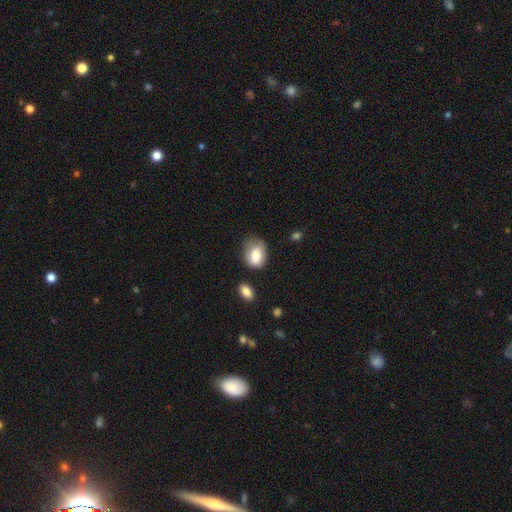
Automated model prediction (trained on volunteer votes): smooth 79%, featured or disk 13%, star or artifact 8%. Down the decision tree: how rounded — in between (68%); merging — none (52%).